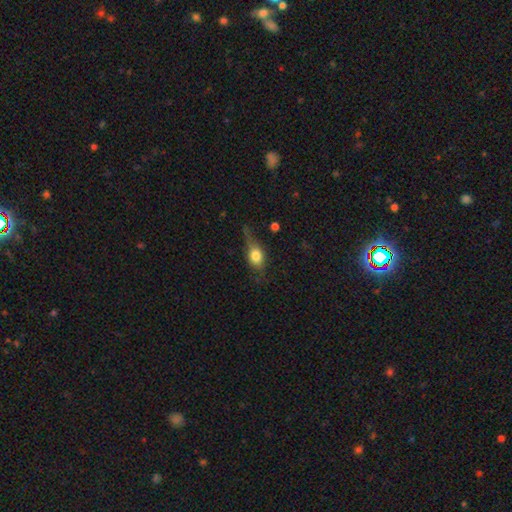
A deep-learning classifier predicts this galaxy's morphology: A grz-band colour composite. It shows a smooth galaxy with no disk features (71%) that is in between round and cigar-shaped (64%). Merging: none (47%).